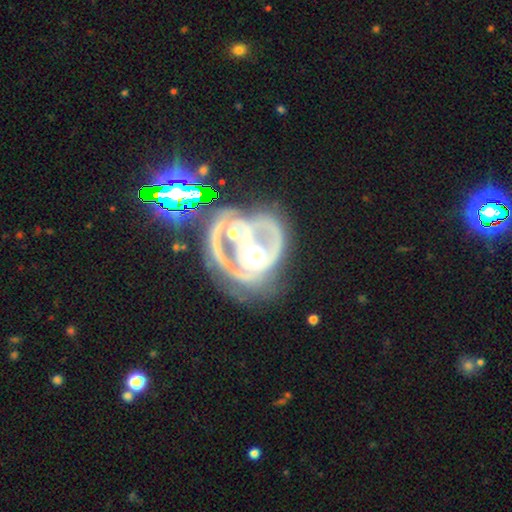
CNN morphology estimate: This appears to be a featured or disk galaxy (78%) with no bar (70%), spiral arms (57%) and a moderate central bulge (67%). Merging: merger (43%).